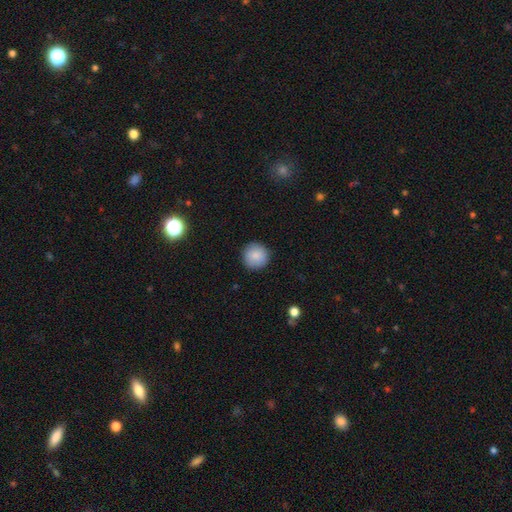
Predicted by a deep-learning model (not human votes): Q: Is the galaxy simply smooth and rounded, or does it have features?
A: smooth — 87%.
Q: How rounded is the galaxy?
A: round — 95%.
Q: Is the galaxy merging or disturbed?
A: none — 91%.